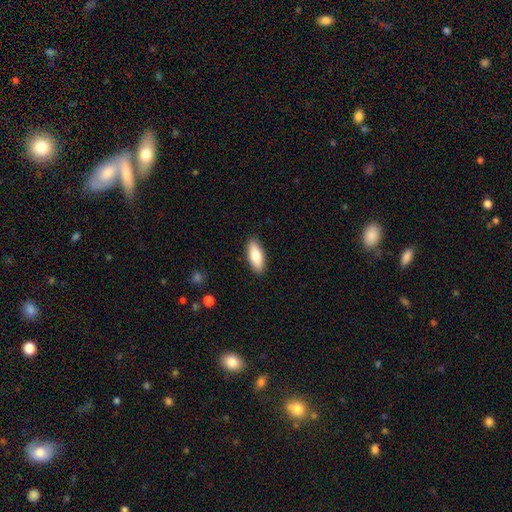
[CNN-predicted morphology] Q: Smooth or featured?
A: smooth (78%); runner-up: featured or disk (16%)
Q: How rounded?
A: in between (76%); runner-up: cigar-shaped (22%)
Q: Merging?
A: none (89%); runner-up: minor disturbance (8%)